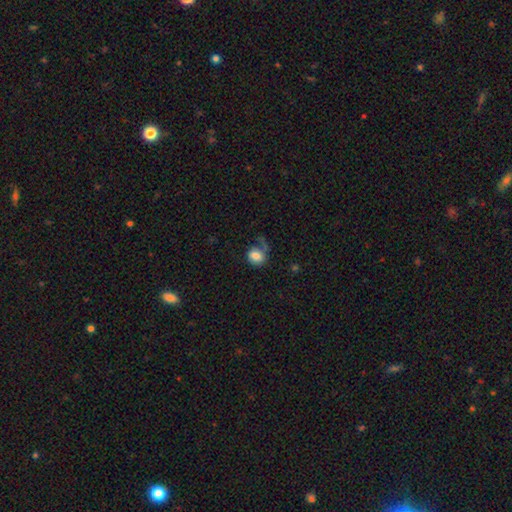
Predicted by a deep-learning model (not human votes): The model was most divided on "how rounded": round: 54%, in between: 44%, cigar-shaped: 1%. Remaining: smooth or featured — smooth (72%); merging — none (41%).